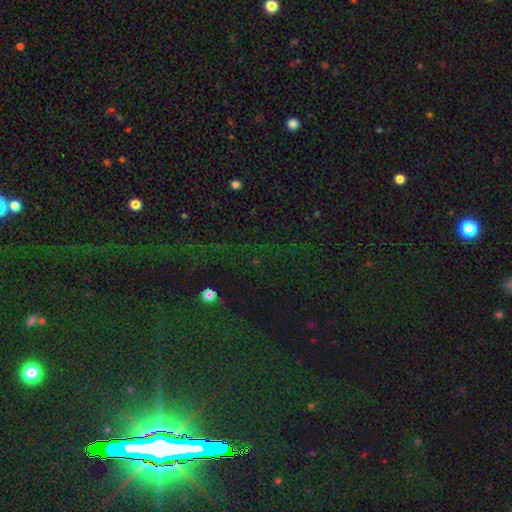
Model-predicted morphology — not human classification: Q: Smooth or featured?
A: star or artifact (81%); runner-up: featured or disk (10%)